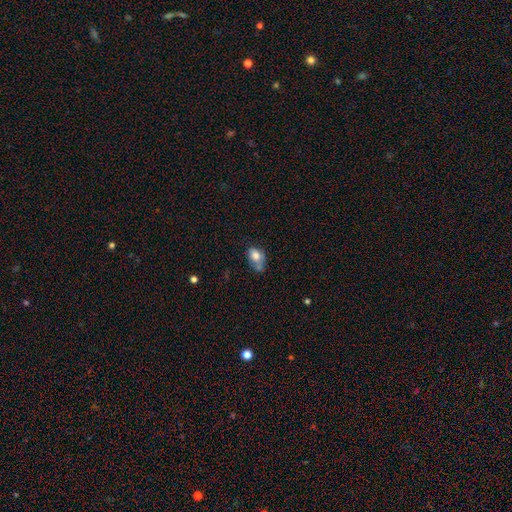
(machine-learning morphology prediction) smooth-or-featured: smooth: 74% | featured or disk: 17% | star or artifact: 9%
  how-rounded: in between: 77% | round: 22% | cigar-shaped: 1%
  merging: none: 33% | minor disturbance: 32% | merger: 20% | major disturbance: 15%